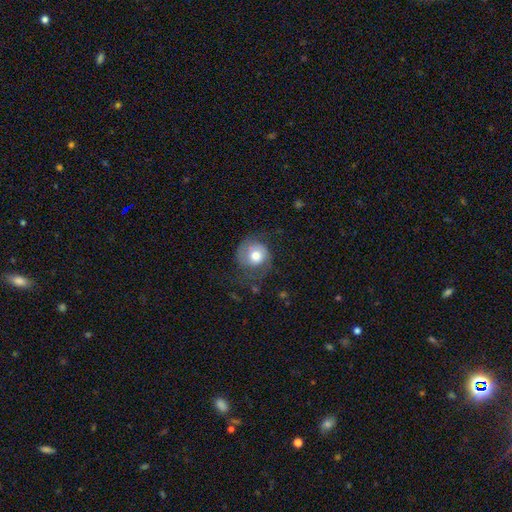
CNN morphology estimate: This appears to be a smooth galaxy with no disk features (57%) that is round (84%). Merging: none (49%).